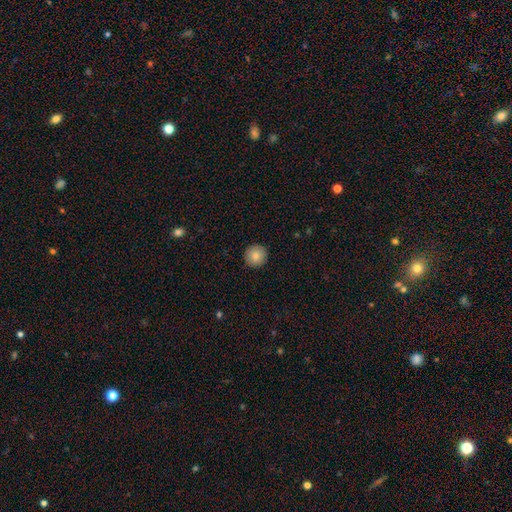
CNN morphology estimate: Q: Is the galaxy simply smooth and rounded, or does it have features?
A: smooth — 84%.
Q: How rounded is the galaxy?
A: round — 95%.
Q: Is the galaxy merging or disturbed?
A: none — 92%.